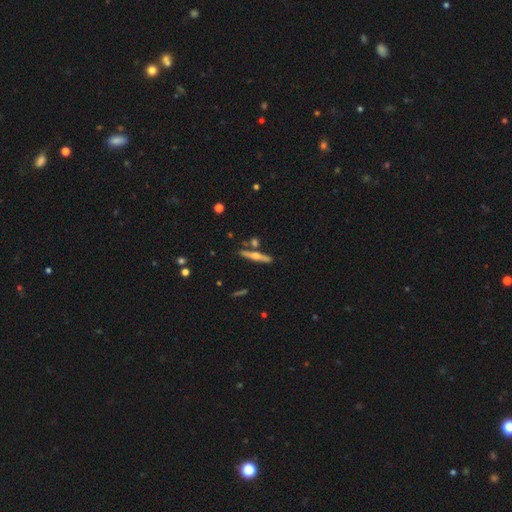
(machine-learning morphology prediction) The model was most divided on "smooth or featured": featured or disk: 66%, smooth: 28%, star or artifact: 6%. More confident: edge-on disk — yes (96%); edge-on bulge — rounded (92%); merging — none (81%).